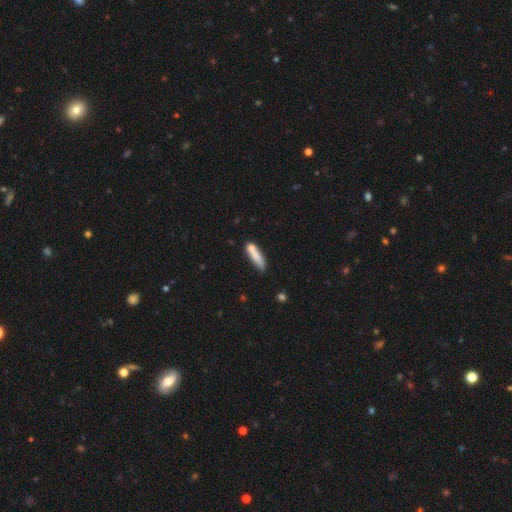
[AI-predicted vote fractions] Overall: smooth (78%). How rounded: cigar-shaped (73%). Merging: none (55%; minor disturbance 22%).